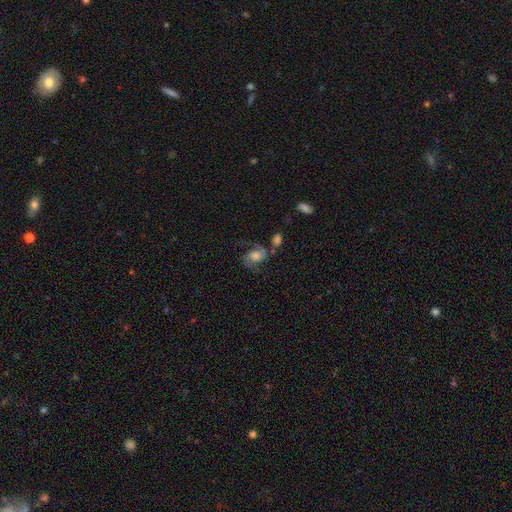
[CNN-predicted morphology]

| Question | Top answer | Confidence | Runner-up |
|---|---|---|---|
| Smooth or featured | featured or disk | 76% | smooth (16%) |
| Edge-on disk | no | 97% | yes (3%) |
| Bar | no | 59% | weak (33%) |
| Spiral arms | yes | 94% | no (6%) |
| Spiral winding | medium | 52% | loose (32%) |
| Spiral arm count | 2 | 91% | can't tell (3%) |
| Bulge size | moderate | 43% | large (34%) |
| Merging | none | 63% | minor disturbance (17%) |